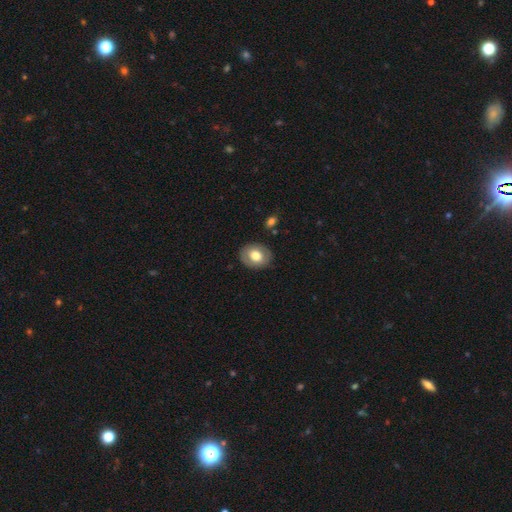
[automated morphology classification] smooth_or_featured: smooth (p=0.64) [alt: featured or disk p=0.29]
how_rounded: in between (p=0.53) [alt: round p=0.46]
merging: none (p=0.84) [alt: minor disturbance p=0.11]